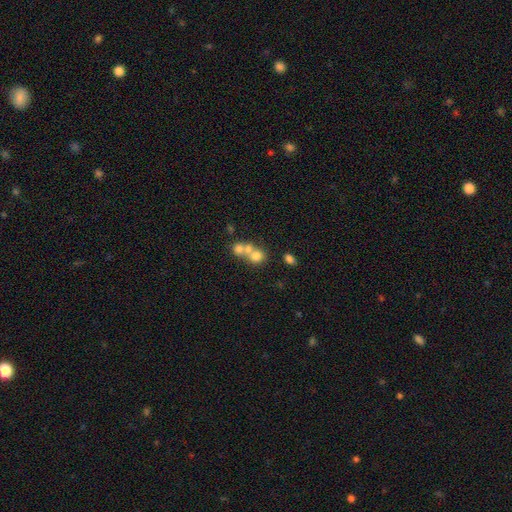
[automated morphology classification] smooth-or-featured: smooth: 69% | featured or disk: 19% | star or artifact: 13%
  how-rounded: round: 75% | in between: 24% | cigar-shaped: 1%
  merging: merger: 58% | none: 32% | minor disturbance: 6% | major disturbance: 4%